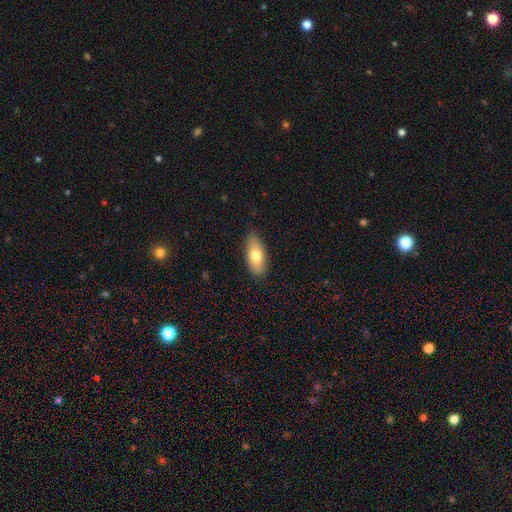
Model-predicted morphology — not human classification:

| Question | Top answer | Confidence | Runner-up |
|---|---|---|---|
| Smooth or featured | smooth | 74% | featured or disk (19%) |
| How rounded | in between | 84% | cigar-shaped (12%) |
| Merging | none | 83% | minor disturbance (13%) |